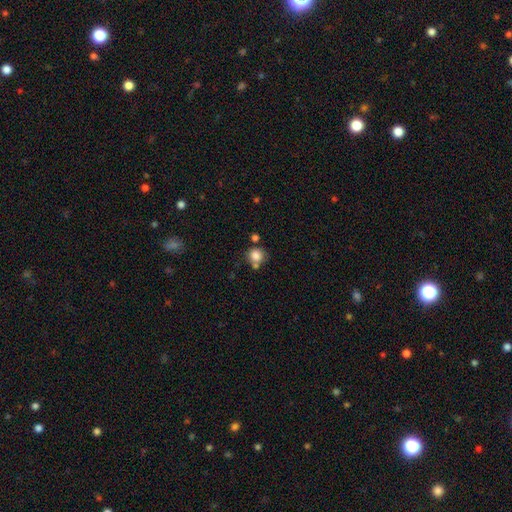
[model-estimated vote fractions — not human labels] Morphology: type=smooth (83%); roundness=round (88%); merging=none (63%).